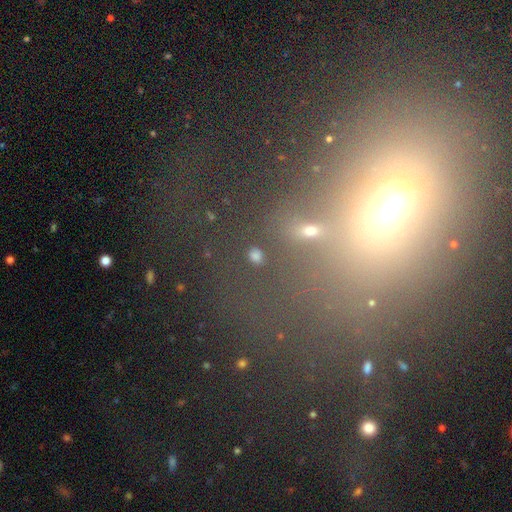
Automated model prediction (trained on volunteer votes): Morphology: type=smooth (68%); roundness=round (66%); merging=none (82%).